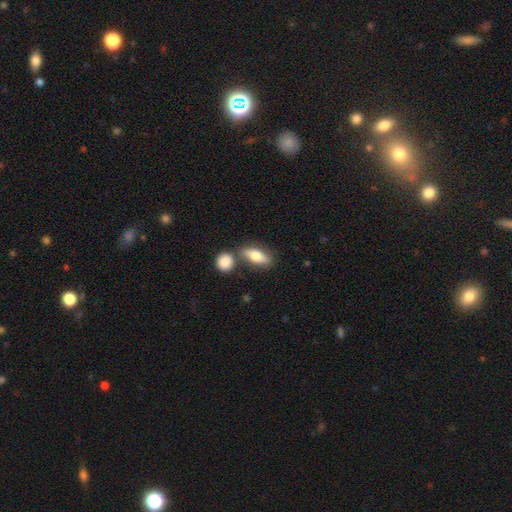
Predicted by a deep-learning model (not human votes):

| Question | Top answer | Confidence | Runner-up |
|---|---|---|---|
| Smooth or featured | smooth | 72% | featured or disk (21%) |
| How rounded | in between | 72% | cigar-shaped (23%) |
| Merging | none | 63% | merger (21%) |